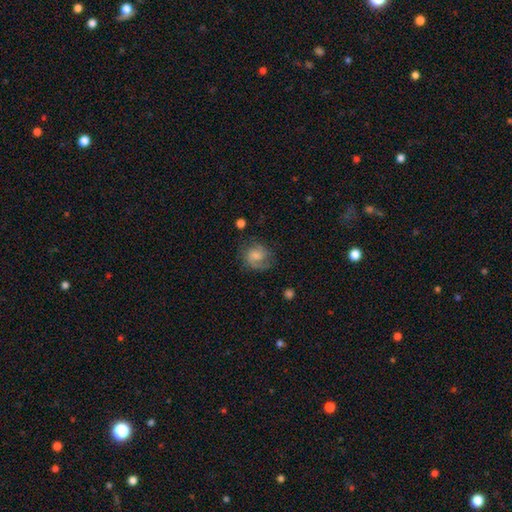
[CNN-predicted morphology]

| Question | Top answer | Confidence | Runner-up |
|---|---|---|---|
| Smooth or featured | featured or disk | 48% | smooth (43%) |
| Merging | none | 64% | minor disturbance (21%) |